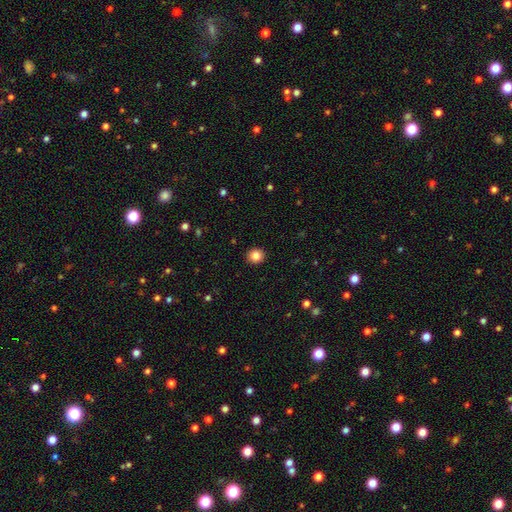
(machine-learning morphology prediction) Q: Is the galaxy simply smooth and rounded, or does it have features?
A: smooth — 85%.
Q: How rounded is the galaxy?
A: round — 87%.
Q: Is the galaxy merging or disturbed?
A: none — 92%.